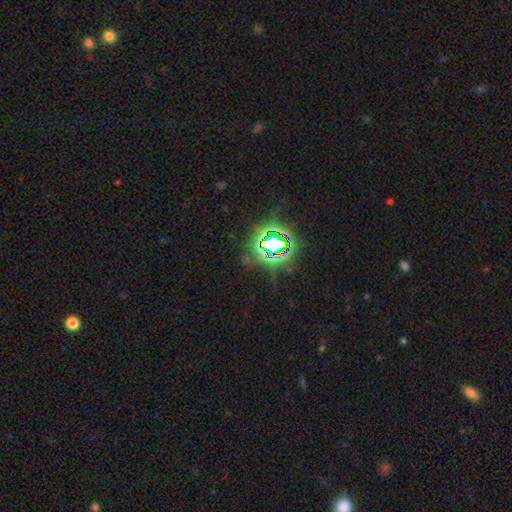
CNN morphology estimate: Overall: star or artifact (82%).